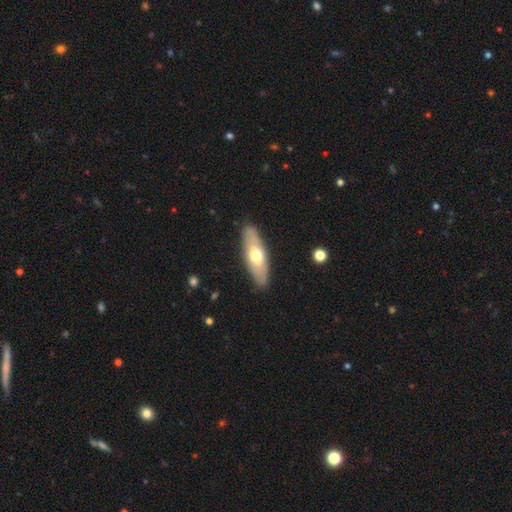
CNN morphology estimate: smooth_or_featured: smooth (p=0.54) [alt: featured or disk p=0.41]
how_rounded: in between (p=0.60) [alt: cigar-shaped p=0.38]
merging: none (p=0.87) [alt: minor disturbance p=0.10]